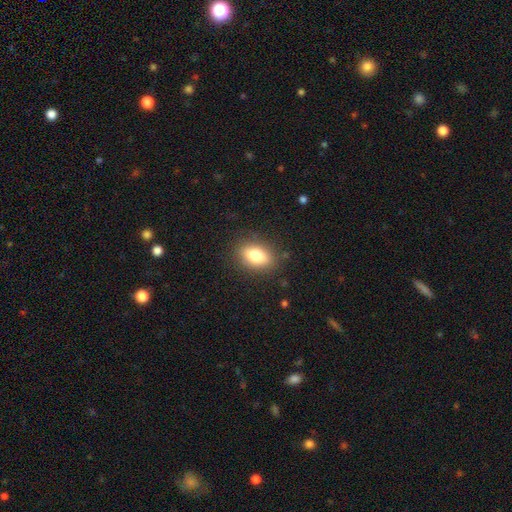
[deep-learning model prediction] Overall: smooth (79%). How rounded: in between (83%). Merging: none (85%).